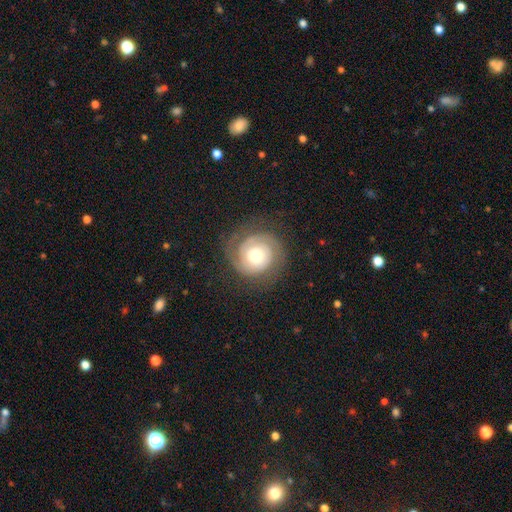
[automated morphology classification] smooth-or-featured: featured or disk: 79% | smooth: 15% | star or artifact: 6%
  disk-edge-on: no: 98% | yes: 2%
    bar: no: 76% | weak: 19% | strong: 5%
    has-spiral-arms: yes: 94% | no: 6%
      spiral-winding: tight: 72% | medium: 22% | loose: 6%
      spiral-arm-count: 2: 74% | can't tell: 10% | 1: 7% | 3: 5% | 4: 2% | more than 4: 2%
    bulge-size: moderate: 57% | large: 23% | small: 15% | dominant: 4% | none: 2%
  merging: none: 80% | minor disturbance: 13% | major disturbance: 7% | merger: 1%